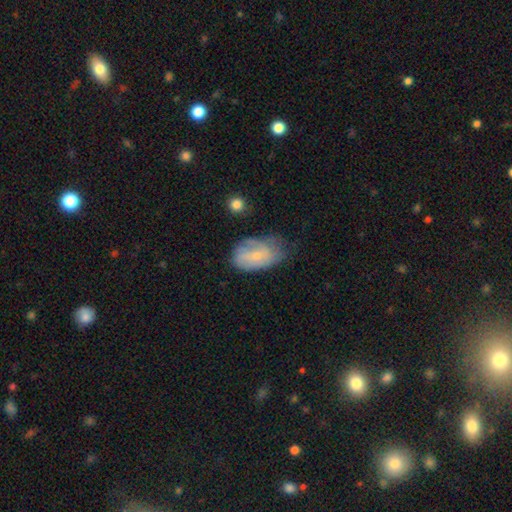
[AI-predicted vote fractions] The model was most divided on "merging": none: 43%, minor disturbance: 38%, major disturbance: 16%, merger: 2%. More confident: how rounded — in between (89%); smooth or featured — smooth (51%).